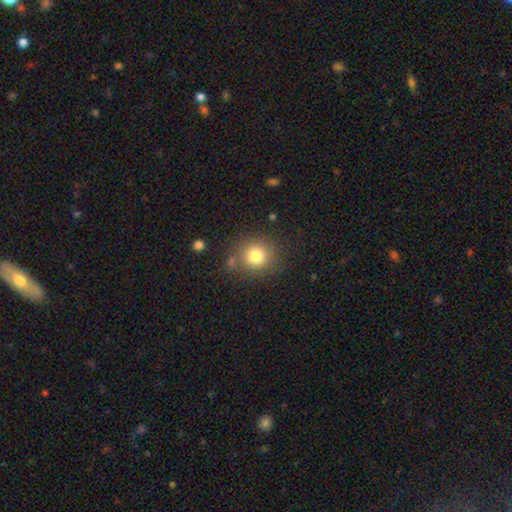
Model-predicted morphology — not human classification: Smooth or featured: smooth — 80% (star or artifact — 12%)
How rounded: round — 89% (in between — 10%)
Merging: none — 79% (minor disturbance — 11%)